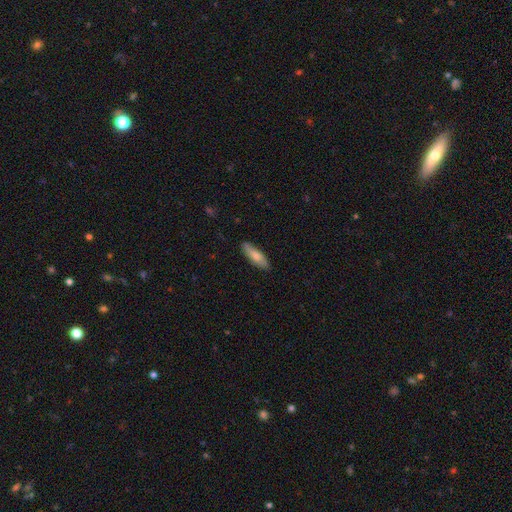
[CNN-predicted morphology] Q: Smooth or featured?
A: smooth (75%); runner-up: featured or disk (19%)
Q: How rounded?
A: cigar-shaped (52%); runner-up: in between (46%)
Q: Merging?
A: none (85%); runner-up: minor disturbance (12%)